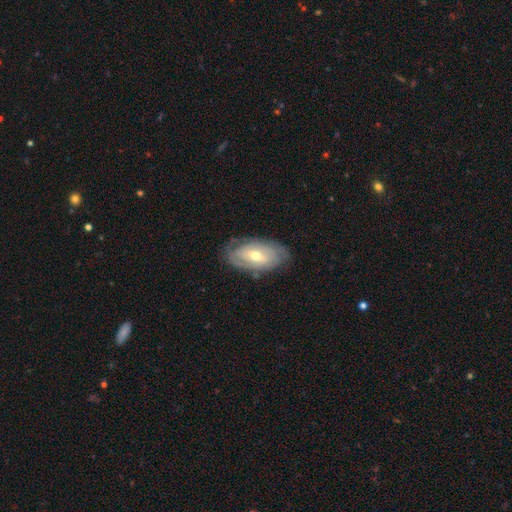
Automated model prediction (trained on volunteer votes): Smooth or featured? featured or disk (71%)
Edge-on disk? no (92%)
Bar? no (50%)
Spiral arms? yes (77%)
Spiral winding? tight (69%)
Spiral arm count? can't tell (45%)
Bulge size? moderate (59%)
Merging? none (76%)